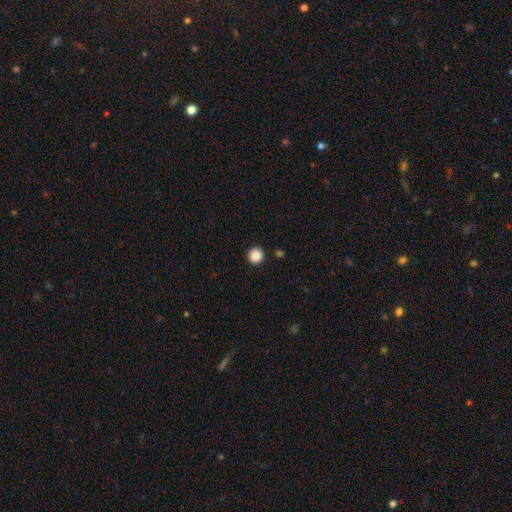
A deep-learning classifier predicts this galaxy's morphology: The model was most divided on "smooth or featured": smooth: 88%, star or artifact: 10%, featured or disk: 2%. More confident: how rounded — round (95%); merging — none (92%).